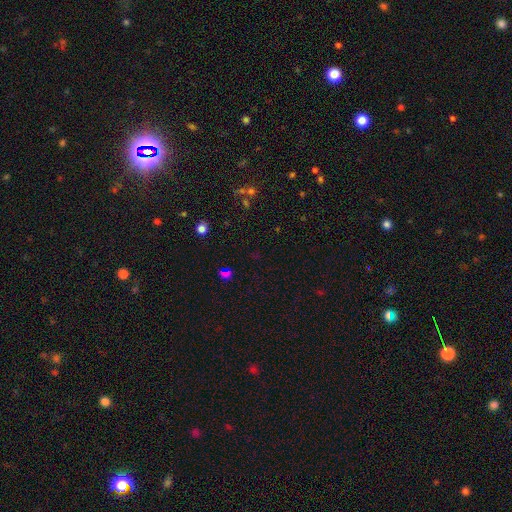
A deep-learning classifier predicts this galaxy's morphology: Smooth or featured? Predicted: star or artifact (p=0.58).